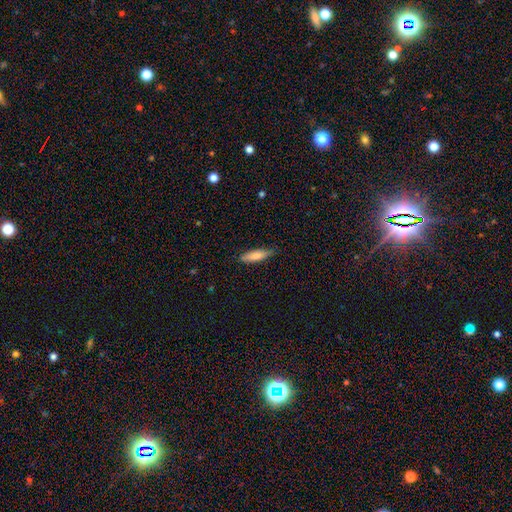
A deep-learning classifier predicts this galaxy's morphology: This is likely a smooth galaxy (80%). How rounded: likely cigar-shaped (64%). Merging: clearly none (81%).